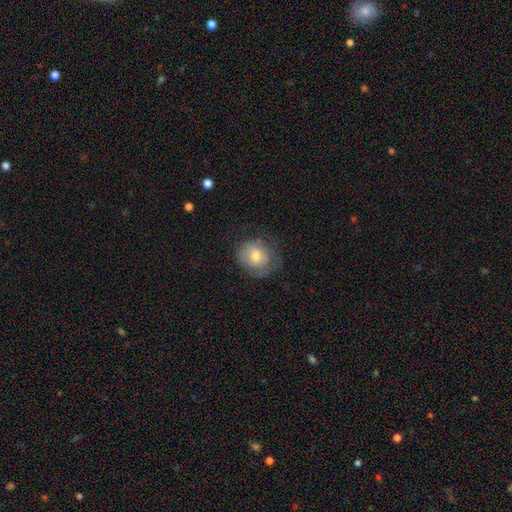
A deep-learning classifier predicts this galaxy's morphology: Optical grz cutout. It shows a smooth galaxy with no disk features (68%) that is round (68%). Merging: none (55%).